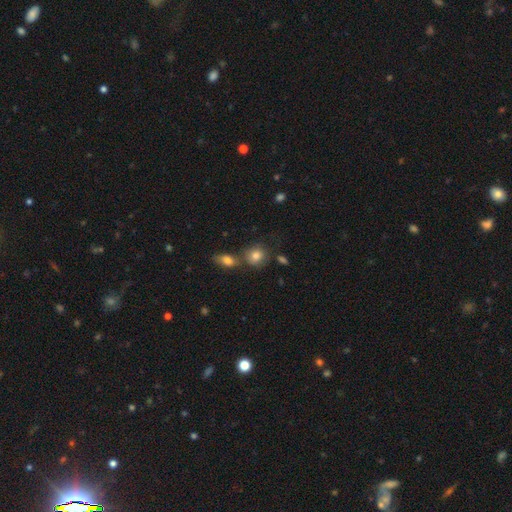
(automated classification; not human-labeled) This is likely a smooth galaxy (80%). How rounded: likely round (75%). Merging: likely none (61%).